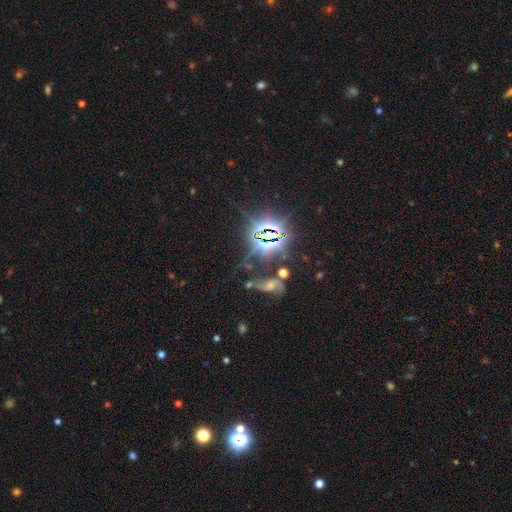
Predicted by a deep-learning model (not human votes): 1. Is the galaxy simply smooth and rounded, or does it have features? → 81% star or artifact, 10% smooth, 9% featured or disk.